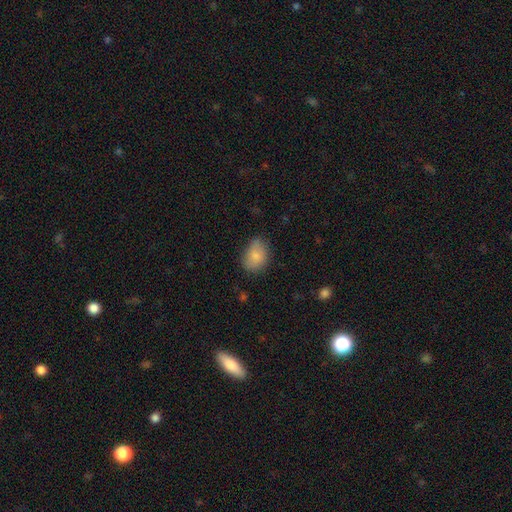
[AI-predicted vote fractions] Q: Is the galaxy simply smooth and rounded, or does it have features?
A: smooth — 81%.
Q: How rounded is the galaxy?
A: in between — 69%.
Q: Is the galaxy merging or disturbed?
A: none — 63%.